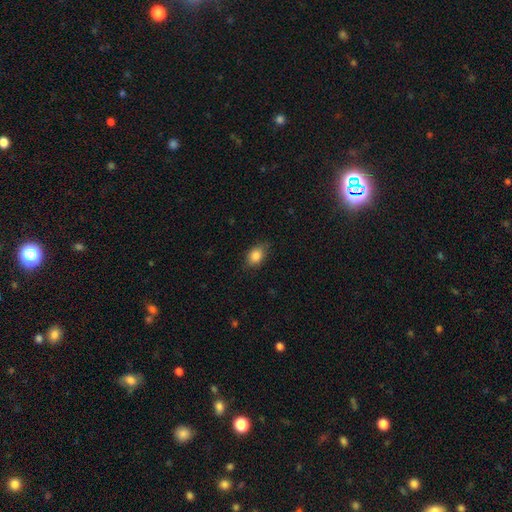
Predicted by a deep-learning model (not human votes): Smooth or featured? smooth (85%)
How rounded? in between (72%)
Merging? none (77%)